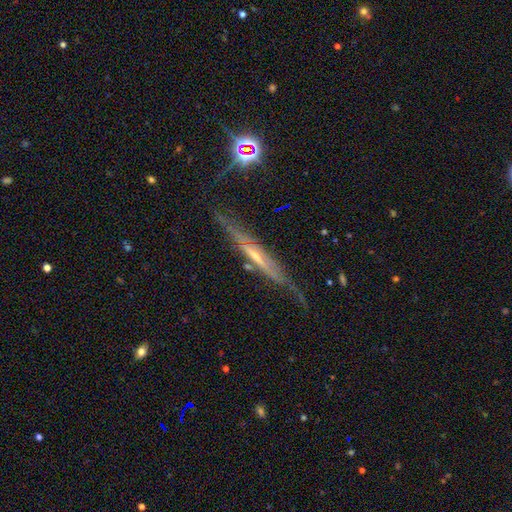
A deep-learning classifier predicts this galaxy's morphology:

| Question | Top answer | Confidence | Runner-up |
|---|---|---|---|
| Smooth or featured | featured or disk | 77% | smooth (14%) |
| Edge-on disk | yes | 88% | no (12%) |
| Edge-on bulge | rounded | 44% | none (43%) |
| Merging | none | 69% | minor disturbance (21%) |